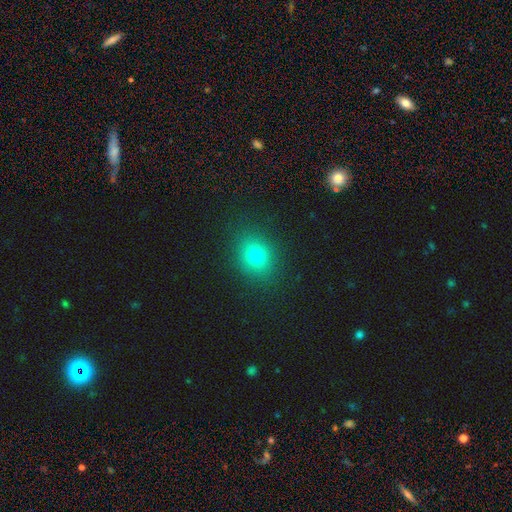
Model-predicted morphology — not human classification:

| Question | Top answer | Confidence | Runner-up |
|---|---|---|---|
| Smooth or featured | smooth | 76% | star or artifact (15%) |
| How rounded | round | 59% | in between (40%) |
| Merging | none | 86% | minor disturbance (9%) |